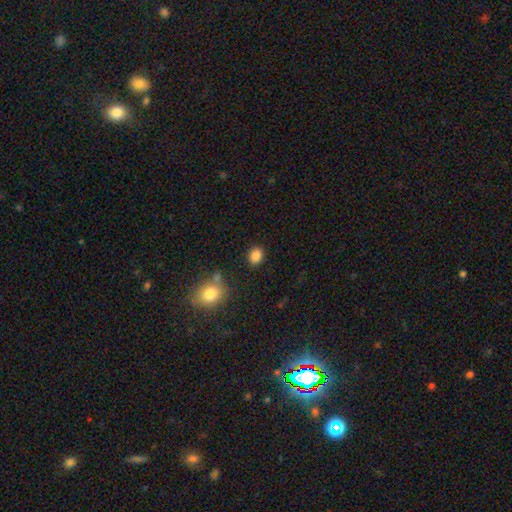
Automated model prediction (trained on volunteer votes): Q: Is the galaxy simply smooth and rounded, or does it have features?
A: smooth — 86%.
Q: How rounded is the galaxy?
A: in between — 52%.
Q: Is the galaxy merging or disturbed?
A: none — 85%.